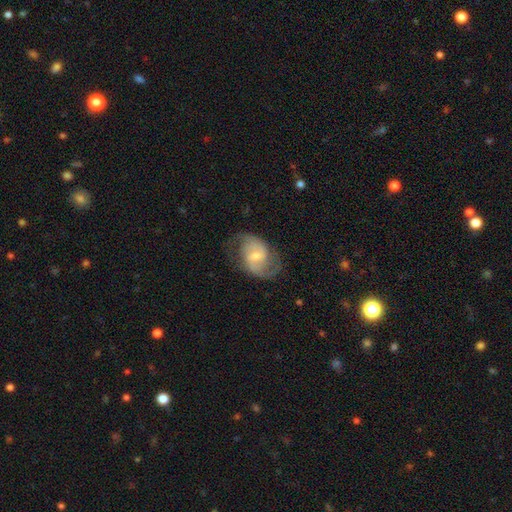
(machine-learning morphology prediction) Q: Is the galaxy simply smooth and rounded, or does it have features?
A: featured or disk — 80%.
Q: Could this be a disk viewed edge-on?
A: no — 97%.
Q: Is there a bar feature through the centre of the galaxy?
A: weak — 59%.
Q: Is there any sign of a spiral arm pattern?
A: yes — 94%.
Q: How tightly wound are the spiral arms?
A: medium — 51%.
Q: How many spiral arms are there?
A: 2 — 88%.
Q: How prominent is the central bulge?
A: moderate — 45%.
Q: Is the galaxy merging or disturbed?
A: none — 70%.